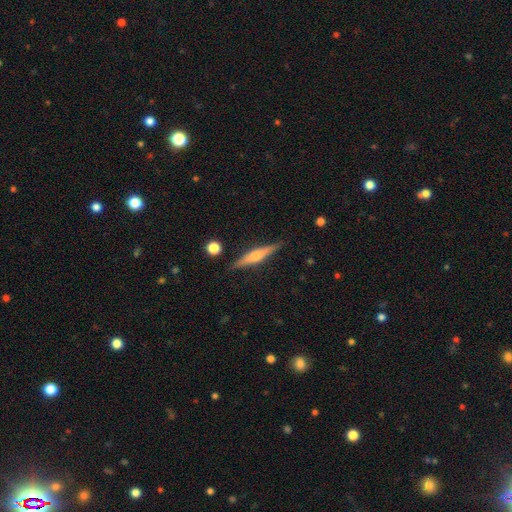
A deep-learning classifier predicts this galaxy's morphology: The model was most divided on "smooth or featured": featured or disk: 71%, smooth: 23%, star or artifact: 6%. More confident: edge-on disk — yes (97%); edge-on bulge — rounded (92%); merging — none (89%).